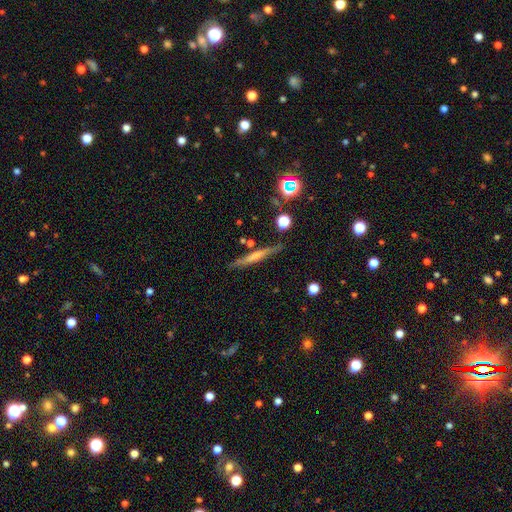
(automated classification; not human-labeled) This appears to be a featured or disk galaxy (59%) viewed edge-on (96%) with a rounded central bulge (47%). Merging: none (84%).